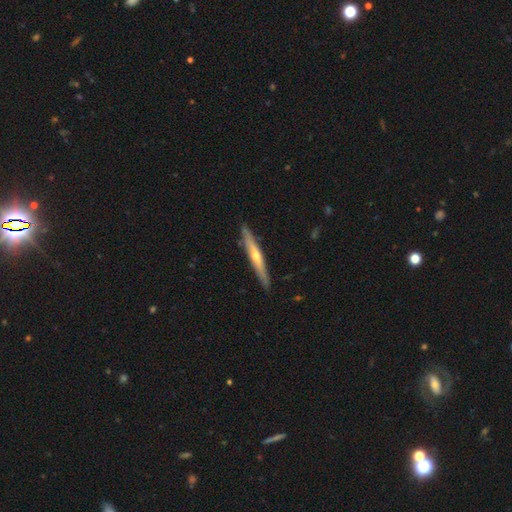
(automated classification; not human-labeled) featured or disk 64%, smooth 31%, star or artifact 5%. Down the decision tree: edge-on disk — yes (94%); edge-on bulge — rounded (77%); merging — none (89%).